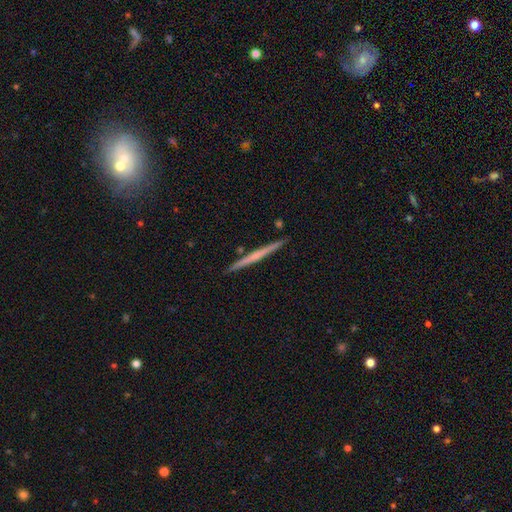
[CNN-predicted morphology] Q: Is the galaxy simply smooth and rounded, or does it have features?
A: featured or disk — 56%.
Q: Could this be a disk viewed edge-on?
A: yes — 98%.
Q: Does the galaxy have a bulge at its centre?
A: none — 76%.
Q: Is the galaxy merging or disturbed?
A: none — 92%.